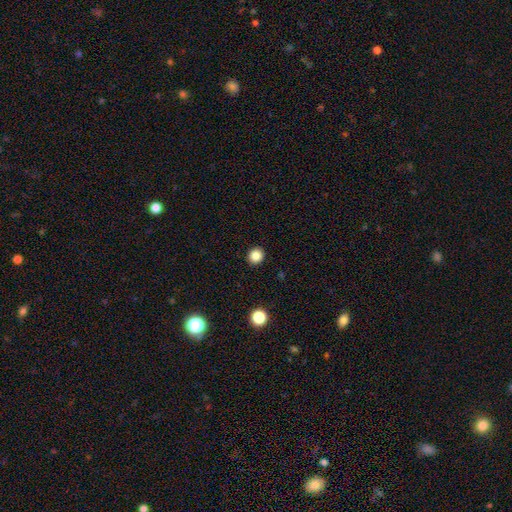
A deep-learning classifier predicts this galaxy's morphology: Smooth or featured?
  - smooth: 85% *
  - star or artifact: 11%
  - featured or disk: 4%
How rounded?
  - round: 85% *
  - in between: 14%
  - cigar-shaped: 1%
Merging?
  - none: 92% *
  - minor disturbance: 5%
  - major disturbance: 2%
  - merger: 1%